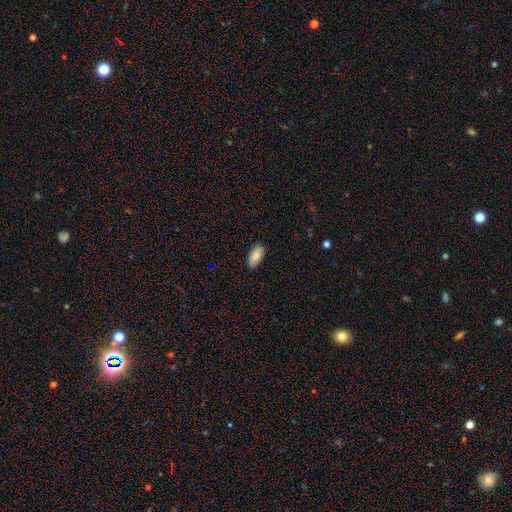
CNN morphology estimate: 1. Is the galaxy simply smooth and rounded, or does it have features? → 87% smooth, 7% featured or disk, 6% star or artifact.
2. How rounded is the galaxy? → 91% in between, 7% cigar-shaped, 2% round.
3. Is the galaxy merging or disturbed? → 88% none, 9% minor disturbance, 2% major disturbance, 1% merger.